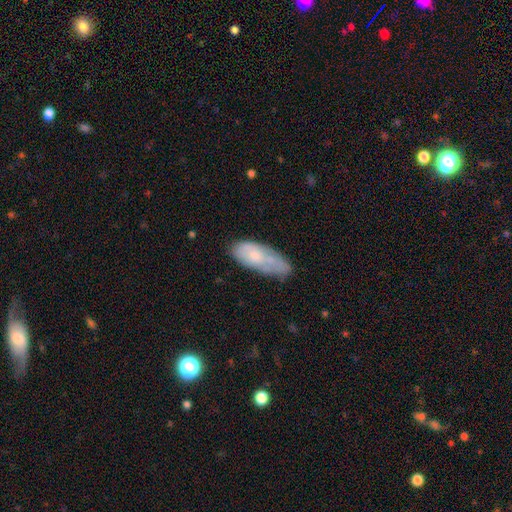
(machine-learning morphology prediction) smooth-or-featured: smooth: 61% | featured or disk: 31% | star or artifact: 7%
  how-rounded: in between: 77% | cigar-shaped: 20% | round: 2%
  merging: none: 48% | minor disturbance: 34% | major disturbance: 11% | merger: 7%